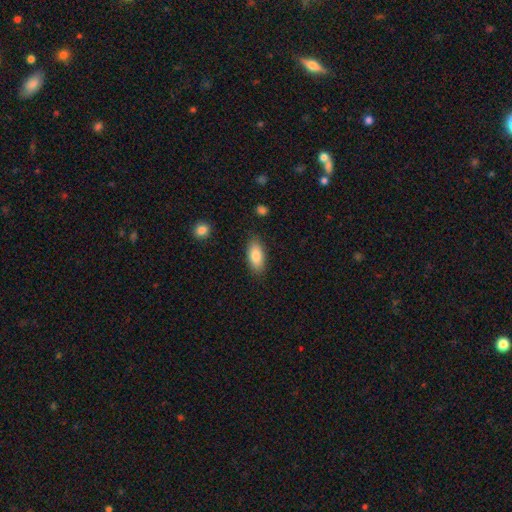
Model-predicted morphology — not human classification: A smooth galaxy with no disk features (84%) that is in between round and cigar-shaped (89%). Merging: none (85%).